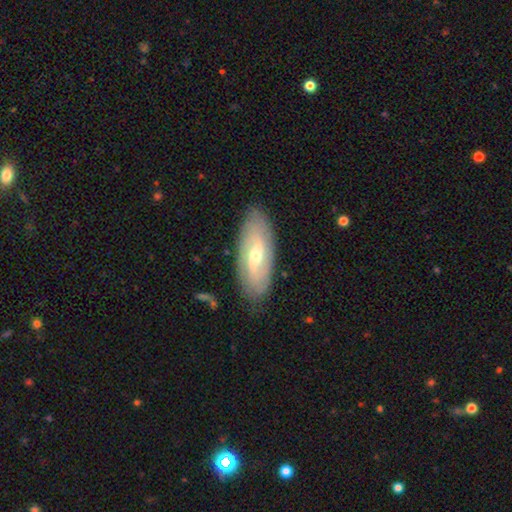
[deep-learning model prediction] This is likely a featured or disk galaxy (69%). It is clearly not viewed edge-on (85%). Bar: possibly weak (49%). Spiral arm pattern: likely yes (76%). Central bulge: possibly moderate (58%). Merging: clearly none (85%).